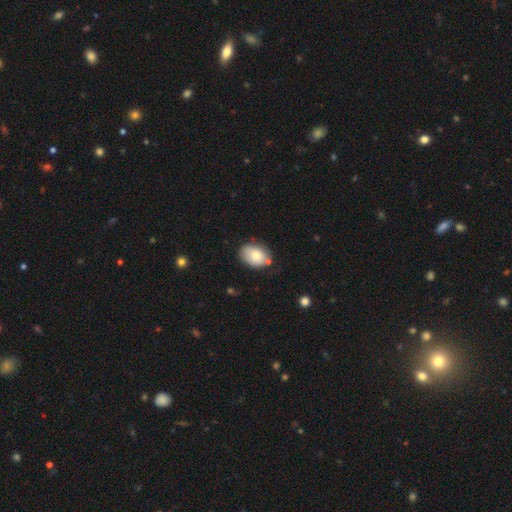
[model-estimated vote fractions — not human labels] smooth-or-featured: smooth: 77% | featured or disk: 15% | star or artifact: 8%
  how-rounded: in between: 77% | round: 22% | cigar-shaped: 1%
  merging: none: 74% | minor disturbance: 17% | merger: 5% | major disturbance: 3%